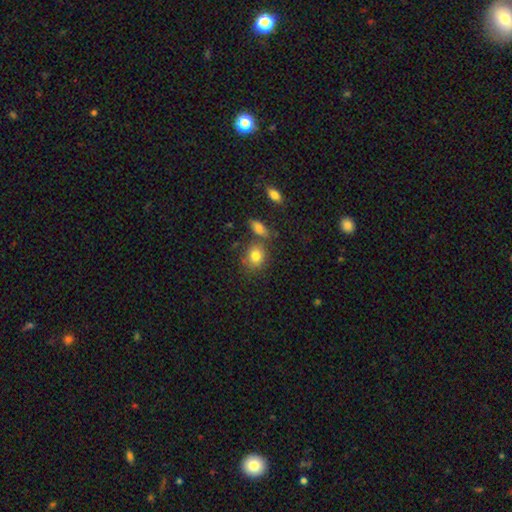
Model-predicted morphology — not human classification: This appears to be a smooth galaxy with no disk features (82%) that is round (61%). Merging: none (65%).